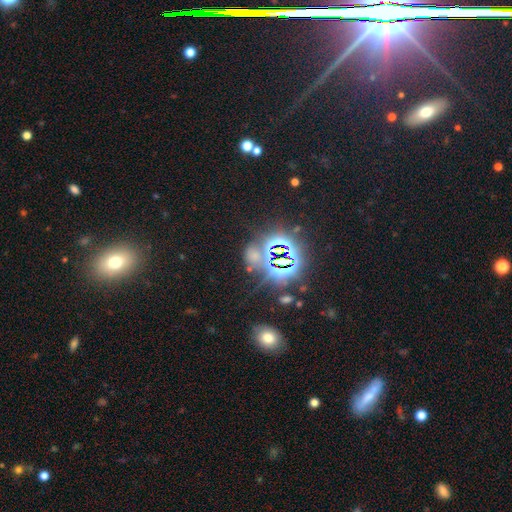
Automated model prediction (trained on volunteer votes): A star or artifact, not a galaxy (67%).

Vote fractions:
- Smooth or featured? star or artifact: 67% / smooth: 25% / featured or disk: 8%